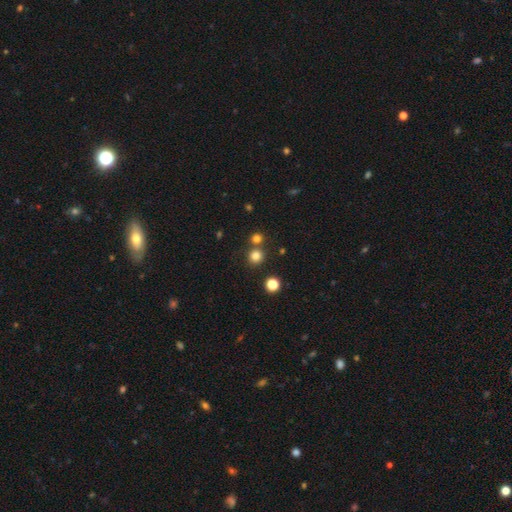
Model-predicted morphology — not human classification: smooth 80%, star or artifact 15%, featured or disk 5%. Down the decision tree: how rounded — round (92%); merging — none (75%).